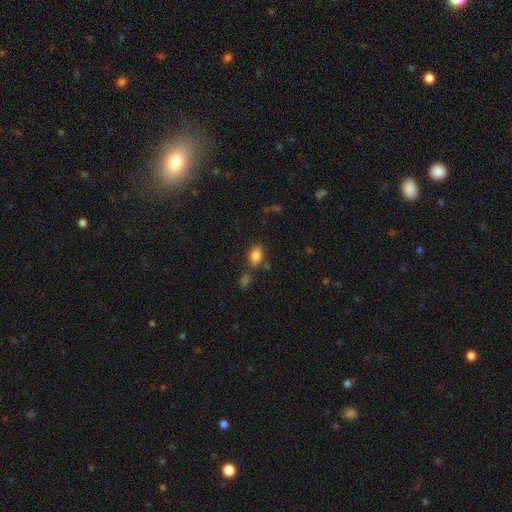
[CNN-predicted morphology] This is clearly a smooth galaxy (84%). How rounded: clearly in between (89%). Merging: likely none (70%).